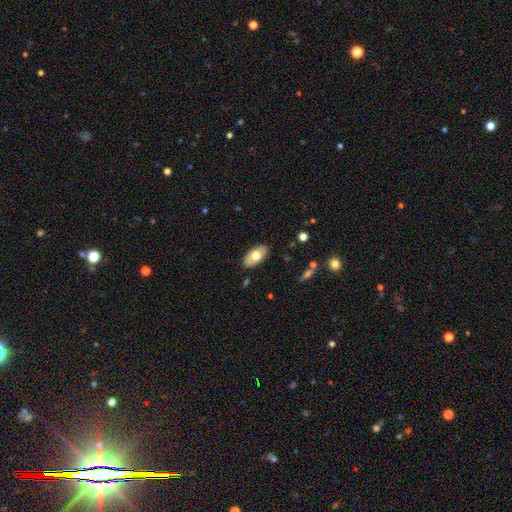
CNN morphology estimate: Q: Smooth or featured?
A: smooth (69%); runner-up: featured or disk (24%)
Q: How rounded?
A: in between (94%); runner-up: round (3%)
Q: Merging?
A: none (86%); runner-up: minor disturbance (10%)